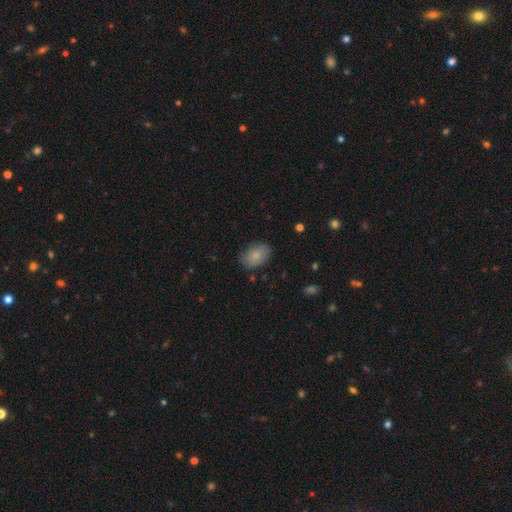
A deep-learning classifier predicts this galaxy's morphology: A smooth galaxy with no disk features (82%) that is in between round and cigar-shaped (84%). Merging: none (82%).